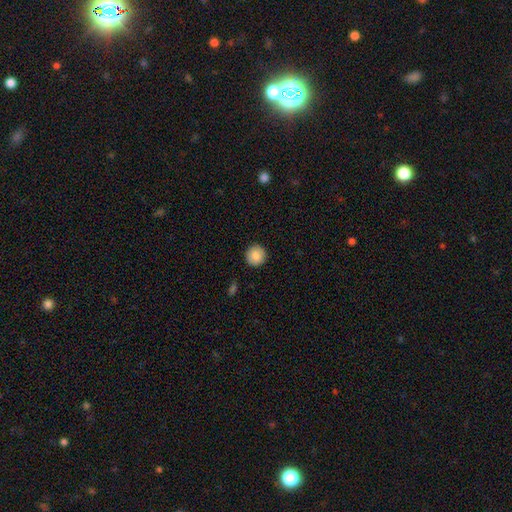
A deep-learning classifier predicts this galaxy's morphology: Smooth or featured? smooth (88%)
How rounded? round (94%)
Merging? none (92%)